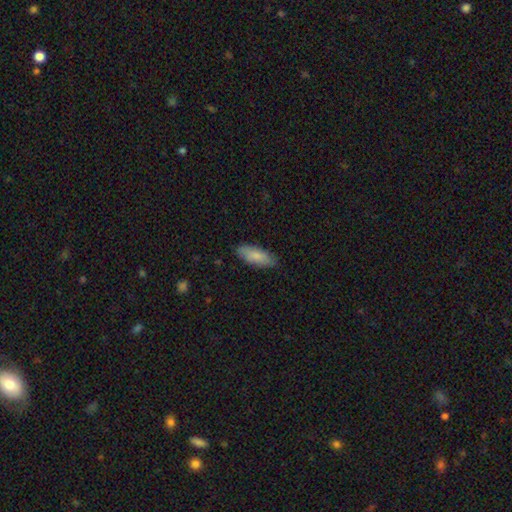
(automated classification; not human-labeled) Morphology: type=smooth (82%); roundness=in between (73%); merging=none (84%).